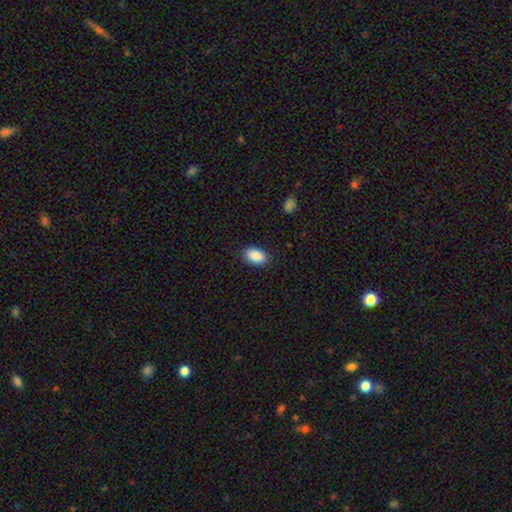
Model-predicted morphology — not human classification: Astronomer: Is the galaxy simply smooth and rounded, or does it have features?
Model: smooth — 90%.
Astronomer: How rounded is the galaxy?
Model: in between — 91%.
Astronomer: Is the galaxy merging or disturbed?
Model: none — 88%.